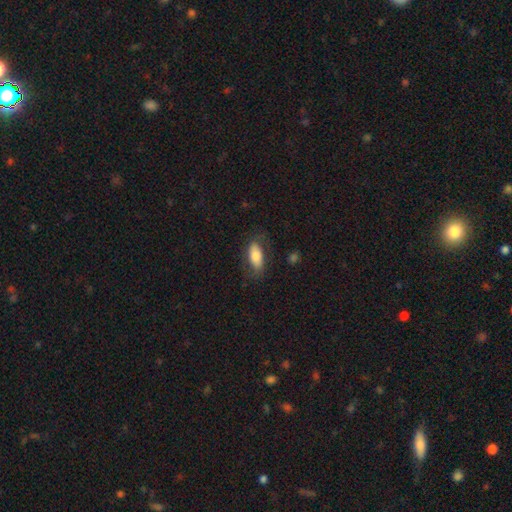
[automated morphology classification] Smooth or featured? smooth (72%)
How rounded? in between (85%)
Merging? none (71%)